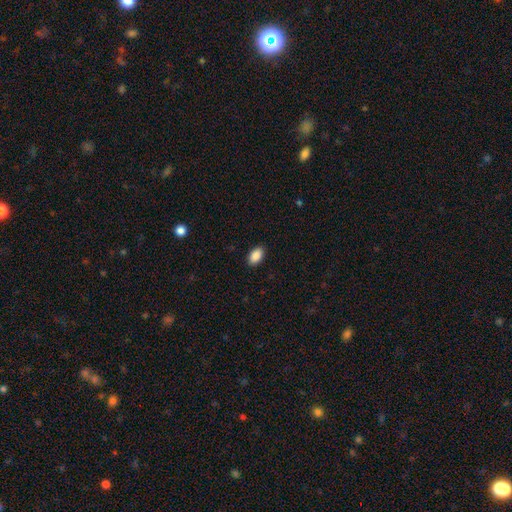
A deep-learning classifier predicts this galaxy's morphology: Overall: smooth (89%). How rounded: in between (93%). Merging: none (90%).